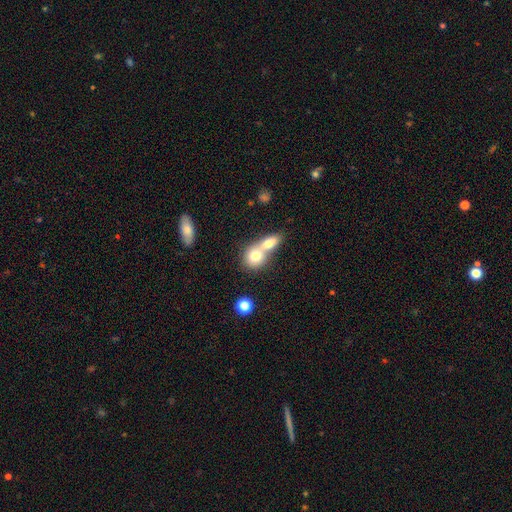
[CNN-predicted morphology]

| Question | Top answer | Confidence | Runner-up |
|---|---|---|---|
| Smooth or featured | smooth | 74% | featured or disk (18%) |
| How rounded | round | 64% | in between (34%) |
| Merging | merger | 71% | none (21%) |